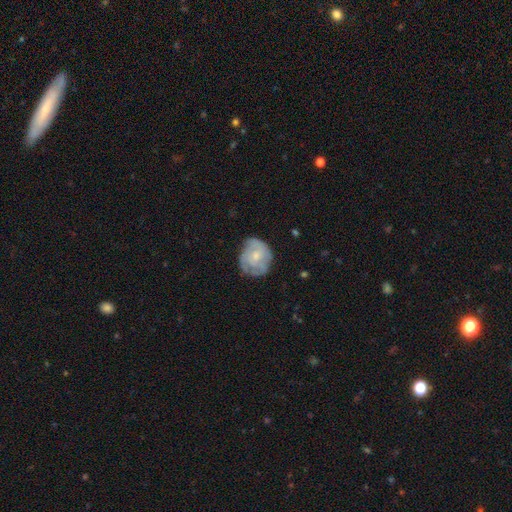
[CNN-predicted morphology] type=featured or disk (53%); edge-on=no (98%); bar=no (79%); spiral arms=yes (65%); bulge=small (50%); merging=none (62%).